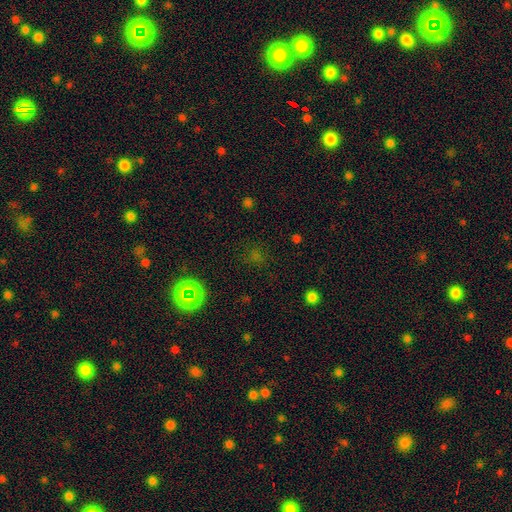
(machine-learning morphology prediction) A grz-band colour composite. It shows a star or artifact, not a galaxy (56%).